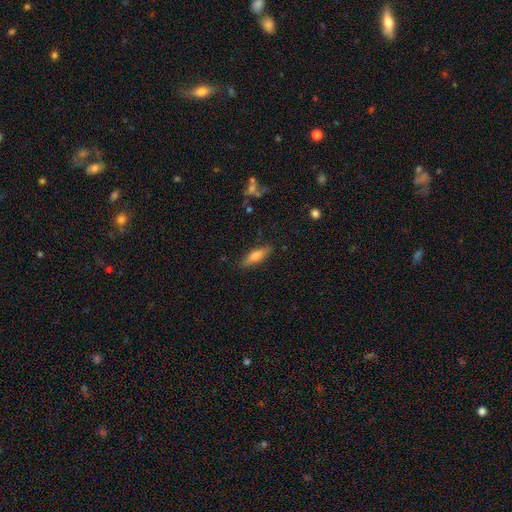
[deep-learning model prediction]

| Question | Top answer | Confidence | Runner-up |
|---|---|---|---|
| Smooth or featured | smooth | 61% | featured or disk (32%) |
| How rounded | cigar-shaped | 57% | in between (41%) |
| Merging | none | 83% | minor disturbance (12%) |